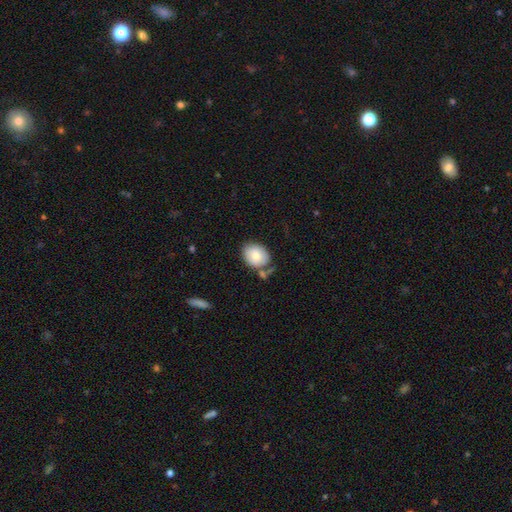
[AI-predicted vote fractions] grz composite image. It shows a smooth galaxy with no disk features (79%) that is in between round and cigar-shaped (59%). Merging: none (62%).